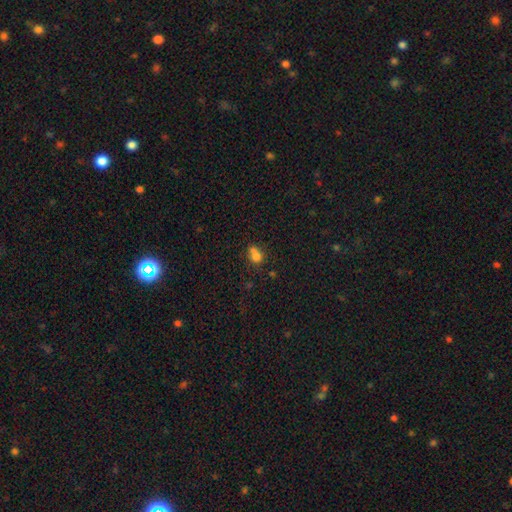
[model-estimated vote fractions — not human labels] A smooth galaxy with no disk features (75%) that is round (49%, tied with in between).

Vote fractions:
- Smooth or featured? smooth: 75% / star or artifact: 14% / featured or disk: 11%
- How rounded? round: 49% (tied) / in between: 49% (tied) / cigar-shaped: 2%
- Merging? merger: 42% / none: 34% / minor disturbance: 16% / major disturbance: 8%